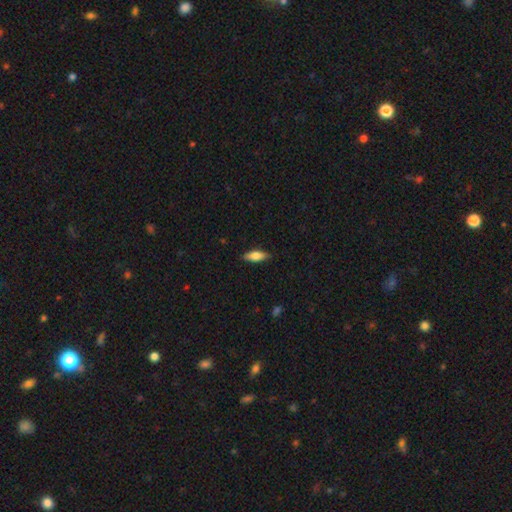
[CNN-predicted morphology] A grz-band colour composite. It shows a smooth galaxy with no disk features (74%) that is in between round and cigar-shaped (66%). Merging: none (86%).